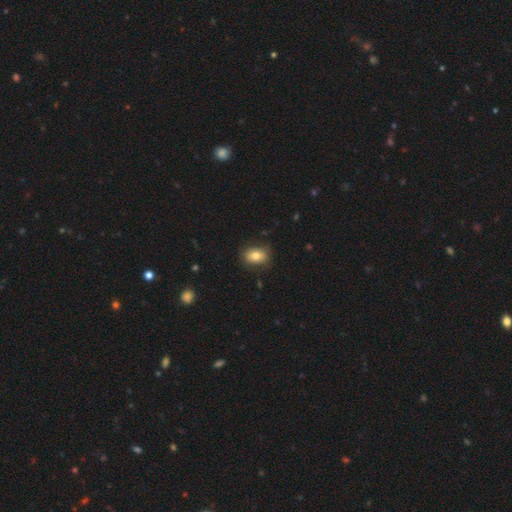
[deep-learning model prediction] A smooth galaxy with no disk features (79%) that is in between round and cigar-shaped (75%).

Vote fractions:
- Smooth or featured? smooth: 79% / featured or disk: 12% / star or artifact: 9%
- How rounded? in between: 75% / round: 24% / cigar-shaped: 1%
- Merging? none: 81% / minor disturbance: 15% / major disturbance: 3% / merger: 1%